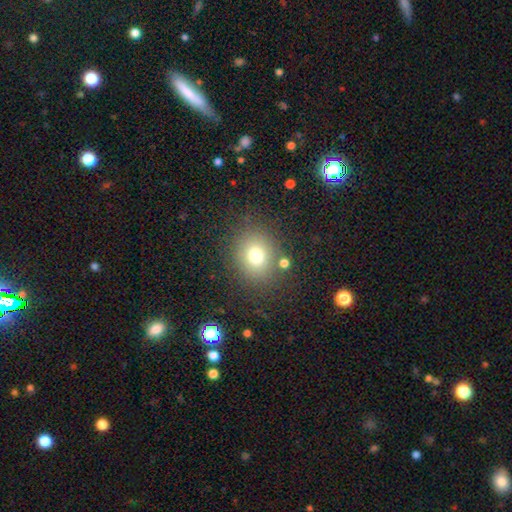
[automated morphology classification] A smooth galaxy with no disk features (73%) that is round (69%). Merging: none (80%).